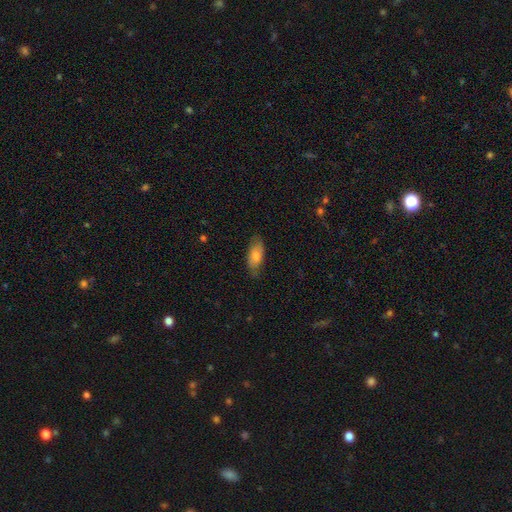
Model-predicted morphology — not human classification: smooth 68%, featured or disk 25%, star or artifact 6%. Down the decision tree: how rounded — in between (85%); merging — none (74%).